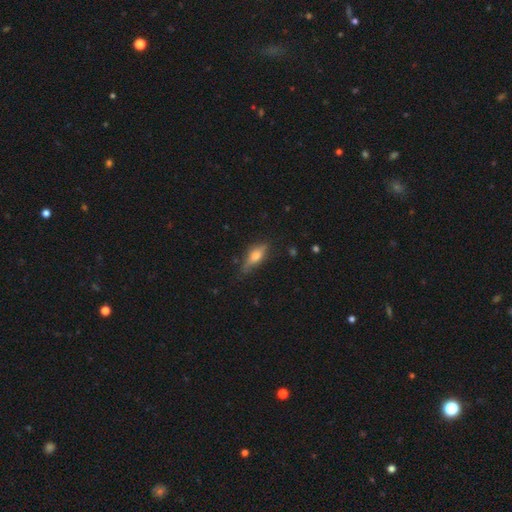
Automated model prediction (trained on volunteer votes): Smooth or featured: smooth — 49% (featured or disk — 42%)
Merging: none — 71% (minor disturbance — 22%)